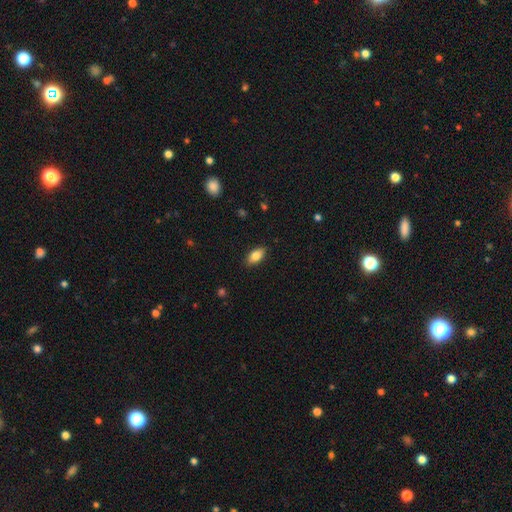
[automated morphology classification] smooth-or-featured: smooth: 84% | featured or disk: 9% | star or artifact: 7%
  how-rounded: in between: 90% | cigar-shaped: 6% | round: 3%
  merging: none: 87% | minor disturbance: 9% | major disturbance: 2% | merger: 1%